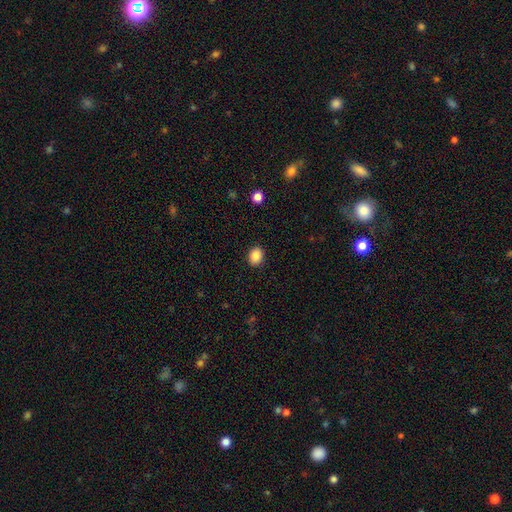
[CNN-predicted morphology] Smooth or featured? Predicted: smooth (p=0.88). How rounded? Predicted: in between (p=0.52). Merging? Predicted: none (p=0.90).